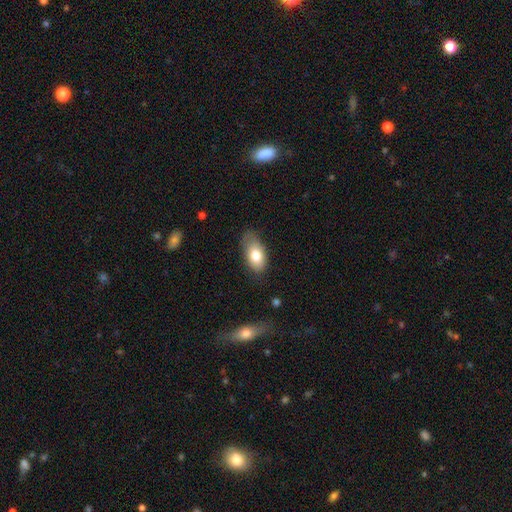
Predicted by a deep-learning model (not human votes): A smooth galaxy with no disk features (75%) that is in between round and cigar-shaped (91%).

Vote fractions:
- Smooth or featured? smooth: 75% / featured or disk: 17% / star or artifact: 8%
- How rounded? in between: 91% / round: 7% / cigar-shaped: 2%
- Merging? none: 61% / minor disturbance: 29% / major disturbance: 8% / merger: 2%